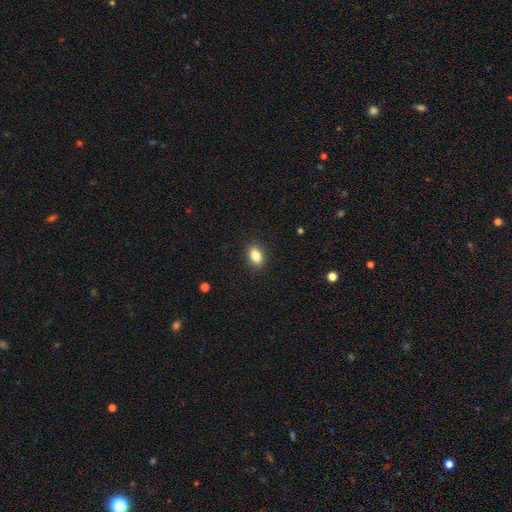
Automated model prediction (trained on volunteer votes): Overall: smooth (85%). How rounded: in between (85%). Merging: none (89%).